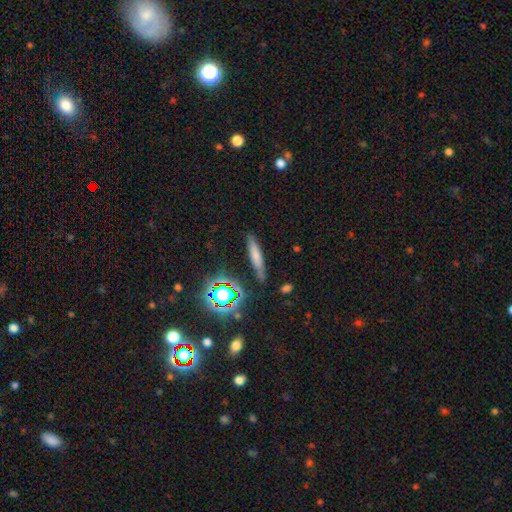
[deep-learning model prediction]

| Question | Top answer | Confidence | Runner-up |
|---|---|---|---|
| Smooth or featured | smooth | 63% | featured or disk (23%) |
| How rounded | cigar-shaped | 86% | in between (11%) |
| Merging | none | 81% | minor disturbance (13%) |